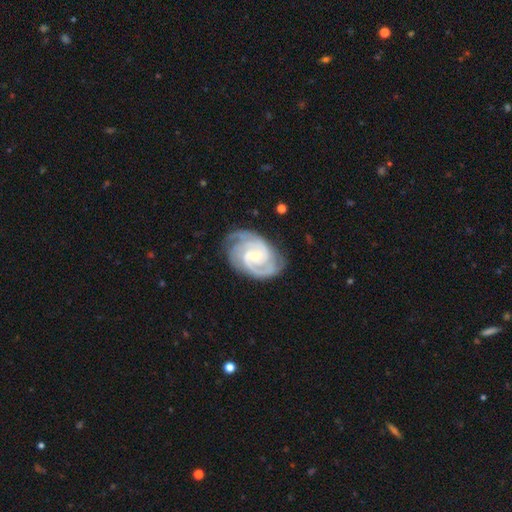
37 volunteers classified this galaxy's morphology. smooth_or_featured: featured or disk (p=0.89) [alt: smooth p=0.08]
disk_edge_on: no (p=0.97) [alt: yes p=0.03]
bar: weak (p=0.56) [alt: no p=0.41]
has_spiral_arms: yes (p=1.00)
spiral_winding: tight (p=0.50) [tied with: medium p=0.50]
spiral_arm_count: 2 (p=0.66) [alt: 3 p=0.16]
bulge_size: small (p=0.72) [alt: moderate p=0.28]
merging: none (p=0.58) [alt: minor disturbance p=0.28]